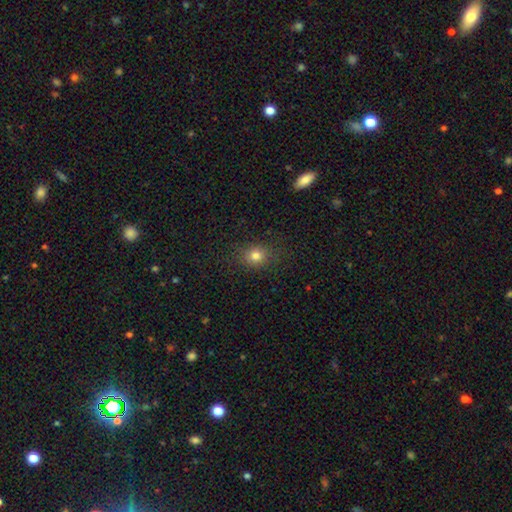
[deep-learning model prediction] A smooth galaxy with no disk features (78%) that is round (66%). Merging: none (83%).